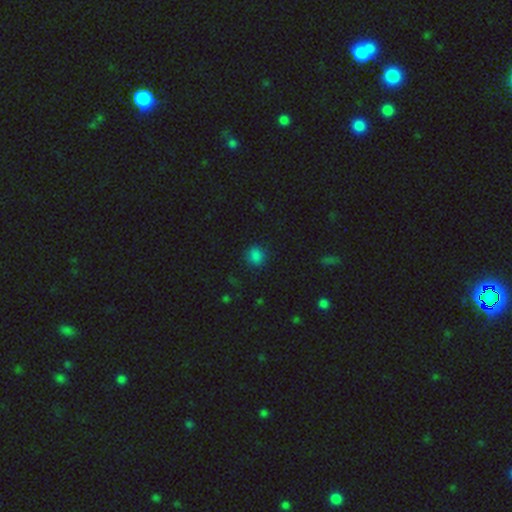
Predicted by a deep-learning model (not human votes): smooth-or-featured: smooth: 81% | star or artifact: 15% | featured or disk: 4%
  how-rounded: round: 80% | in between: 19% | cigar-shaped: 1%
  merging: none: 86% | minor disturbance: 10% | major disturbance: 3% | merger: 1%